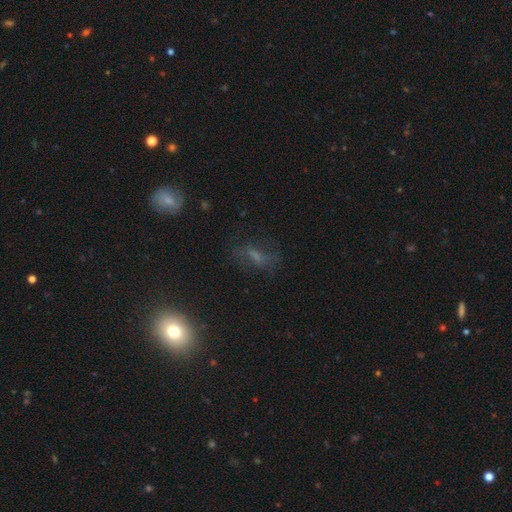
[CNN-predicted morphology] A featured or disk galaxy (37%). Merging: none (62%).